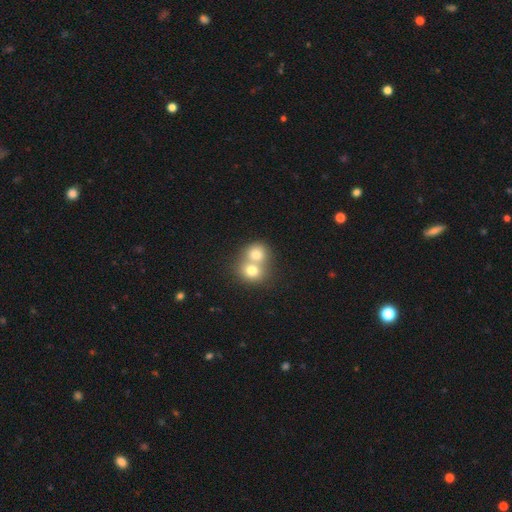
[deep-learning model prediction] Q: Smooth or featured?
A: smooth (71%); runner-up: featured or disk (19%)
Q: How rounded?
A: round (73%); runner-up: in between (26%)
Q: Merging?
A: merger (71%); runner-up: none (23%)